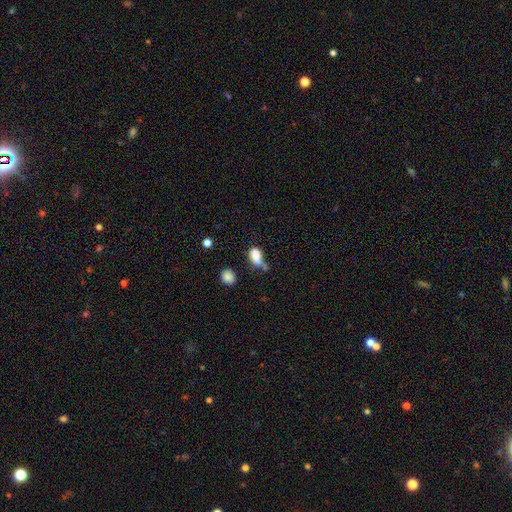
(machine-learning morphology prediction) Q: Smooth or featured?
A: smooth (77%); runner-up: featured or disk (13%)
Q: How rounded?
A: in between (79%); runner-up: round (17%)
Q: Merging?
A: none (33%); runner-up: merger (30%)